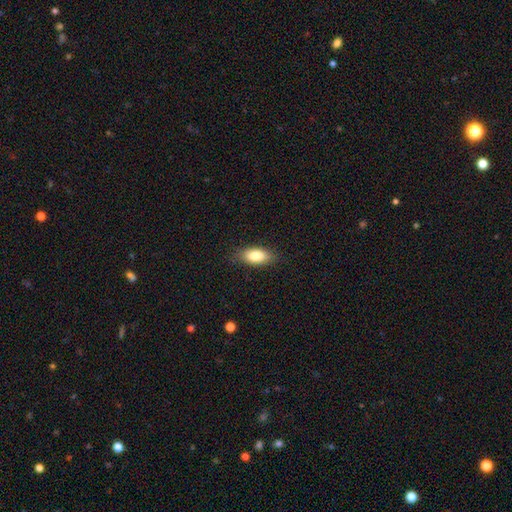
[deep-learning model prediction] The model was most divided on "merging": none: 85%, minor disturbance: 11%, major disturbance: 3%, merger: 1%. More confident: how rounded — in between (85%); smooth or featured — smooth (84%).